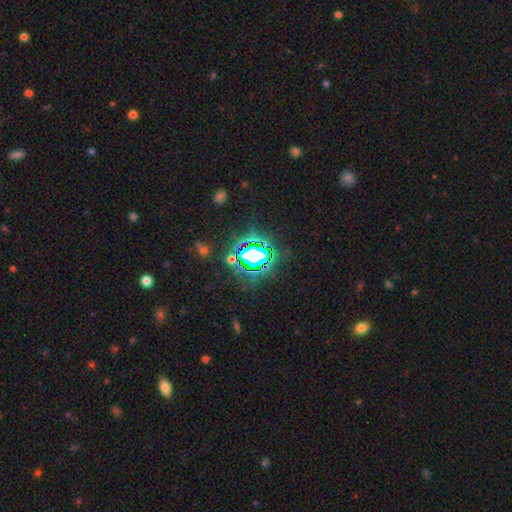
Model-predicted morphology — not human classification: smooth-or-featured: star or artifact: 80% | smooth: 13% | featured or disk: 7%